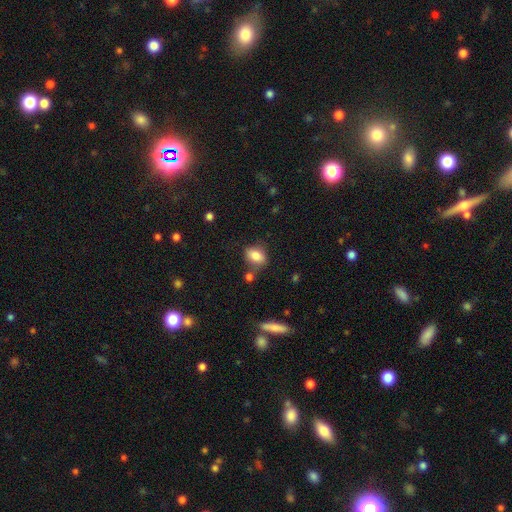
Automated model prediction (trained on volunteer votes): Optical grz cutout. It shows a smooth galaxy with no disk features (82%) that is in between round and cigar-shaped (75%). Merging: none (67%).